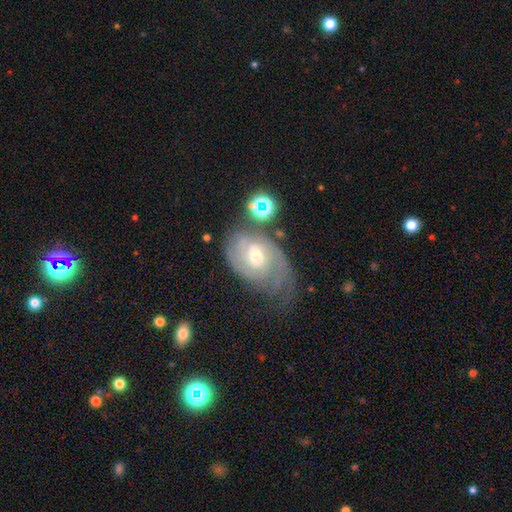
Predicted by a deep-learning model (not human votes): The model was most divided on "spiral arm count": 2: 37%, can't tell: 34%, 3: 11%, 1: 10%, 4: 4%, more than 4: 3%. Remaining: edge-on disk — no (96%); spiral arms — yes (93%); smooth or featured — featured or disk (80%); bulge size — moderate (66%); spiral winding — tight (59%); bar — no (50%); merging — none (46%).